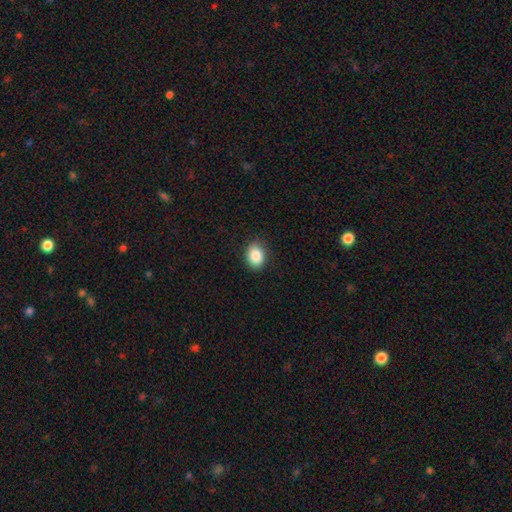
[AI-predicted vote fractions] A smooth galaxy with no disk features (87%) that is in between round and cigar-shaped (64%). Merging: none (88%).